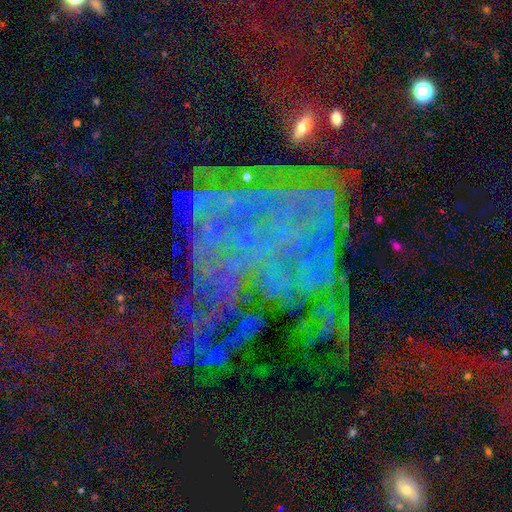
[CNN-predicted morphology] Q: Smooth or featured?
A: star or artifact (56%); runner-up: featured or disk (31%)